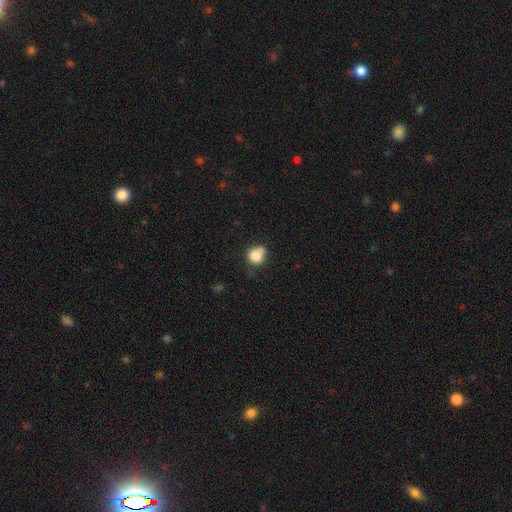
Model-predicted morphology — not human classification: Smooth or featured? Predicted: smooth (p=0.81). How rounded? Predicted: round (p=0.82). Merging? Predicted: none (p=0.55).